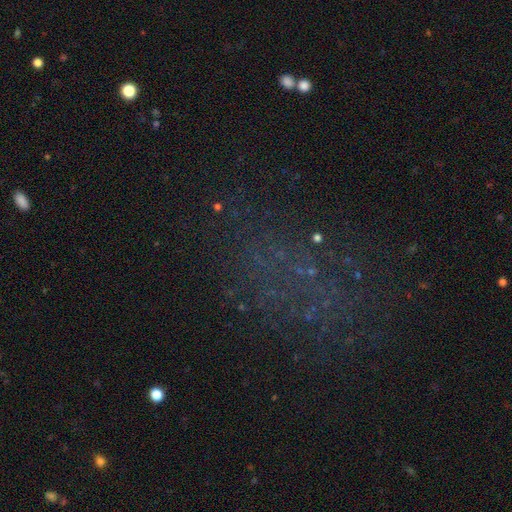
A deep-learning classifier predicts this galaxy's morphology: The model was most divided on "smooth or featured": star or artifact: 49%, featured or disk: 27%, smooth: 24%.